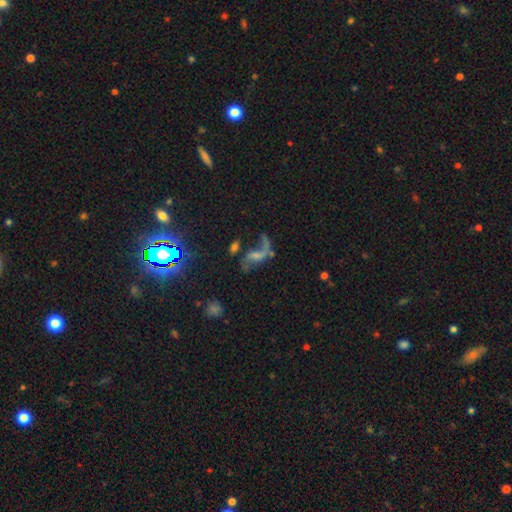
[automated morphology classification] Q: Smooth or featured?
A: featured or disk (61%); runner-up: star or artifact (22%)
Q: Edge-on disk?
A: no (94%); runner-up: yes (6%)
Q: Bar?
A: no (47%); runner-up: weak (34%)
Q: Spiral arms?
A: yes (77%); runner-up: no (23%)
Q: Bulge size?
A: none (47%); runner-up: small (30%)
Q: Merging?
A: none (35%); runner-up: major disturbance (32%)